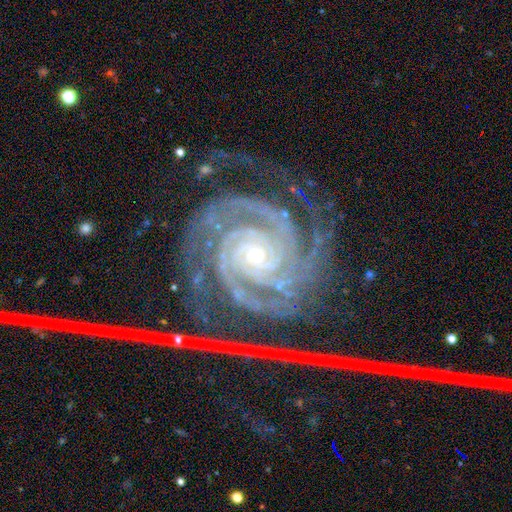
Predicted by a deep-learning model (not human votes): This is clearly a featured or disk galaxy (92%). It is clearly not viewed edge-on (98%). Bar: likely no (72%). Spiral arm pattern: clearly yes (99%). Spiral arm count: marginally 2 (33%). Spiral winding: clearly tight (81%). Central bulge: clearly small (80%). Merging: likely none (70%).